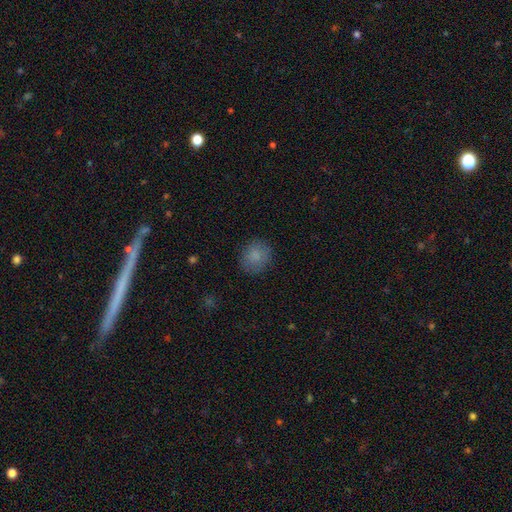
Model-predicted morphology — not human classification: Smooth or featured: smooth — 84% (star or artifact — 9%)
How rounded: round — 79% (in between — 20%)
Merging: none — 85% (minor disturbance — 11%)